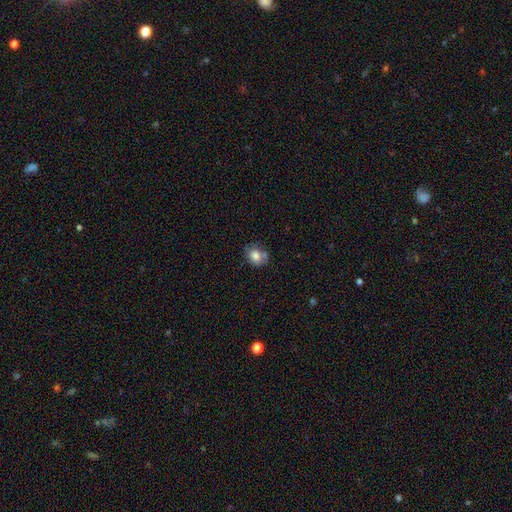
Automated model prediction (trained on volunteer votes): Morphology: type=smooth (77%); roundness=round (50%); merging=none (53%).